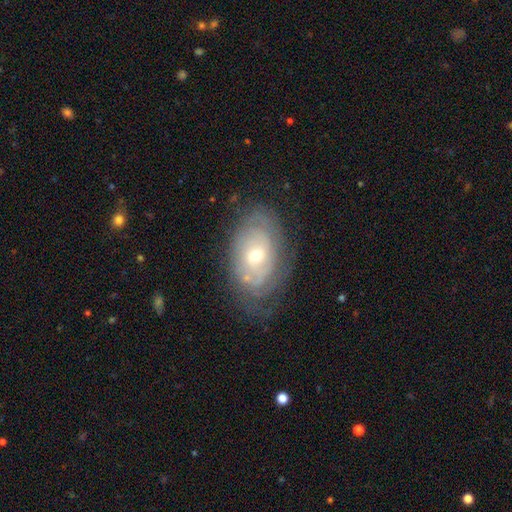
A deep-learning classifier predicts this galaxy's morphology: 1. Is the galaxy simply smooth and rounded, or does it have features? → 71% featured or disk, 21% smooth, 8% star or artifact.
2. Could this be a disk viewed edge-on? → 93% no, 7% yes.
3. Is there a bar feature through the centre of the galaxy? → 78% no, 18% weak, 4% strong.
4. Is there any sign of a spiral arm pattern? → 76% yes, 24% no.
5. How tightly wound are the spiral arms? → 74% tight, 19% medium, 7% loose.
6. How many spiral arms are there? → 60% can't tell, 19% 2, 8% 3, 5% 1, 5% 4, 4% more than 4.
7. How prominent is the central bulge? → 52% moderate, 44% small, 3% large, 1% none, 1% dominant.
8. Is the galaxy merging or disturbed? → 68% none, 21% minor disturbance, 9% major disturbance, 2% merger.